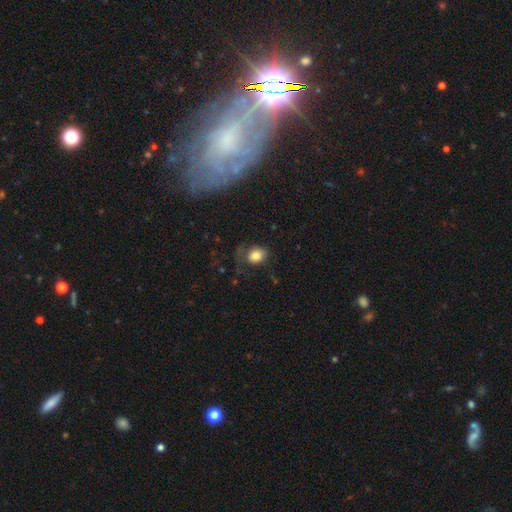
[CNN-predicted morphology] type=smooth (82%); roundness=round (51%); merging=none (55%).